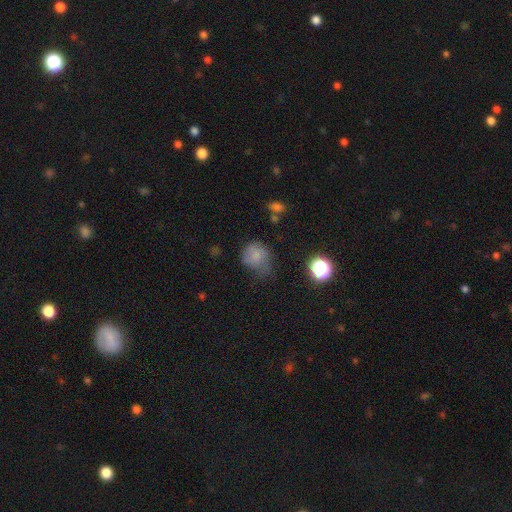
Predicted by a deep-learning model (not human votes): Smooth or featured: smooth — 75% (star or artifact — 14%)
How rounded: round — 66% (in between — 33%)
Merging: none — 39% (minor disturbance — 37%)